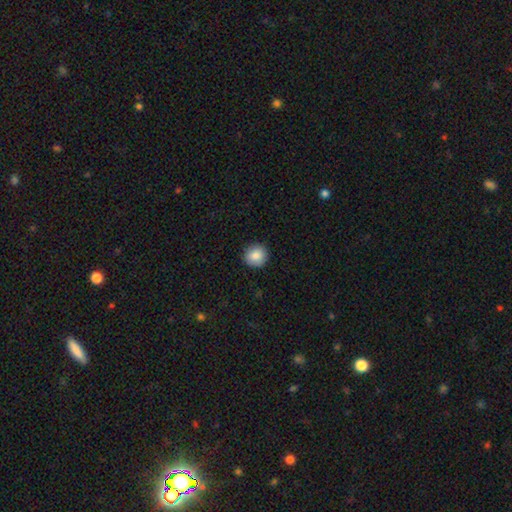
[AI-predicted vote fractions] Q: Smooth or featured?
A: smooth (86%); runner-up: star or artifact (8%)
Q: How rounded?
A: round (91%); runner-up: in between (8%)
Q: Merging?
A: none (90%); runner-up: minor disturbance (7%)